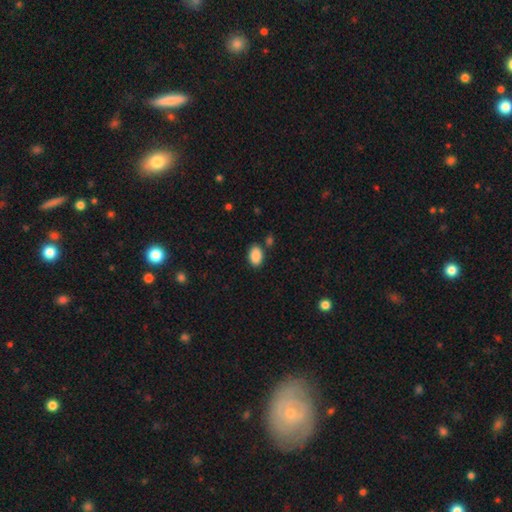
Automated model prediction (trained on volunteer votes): Smooth or featured? Predicted: smooth (p=0.89). How rounded? Predicted: in between (p=0.90). Merging? Predicted: none (p=0.82).